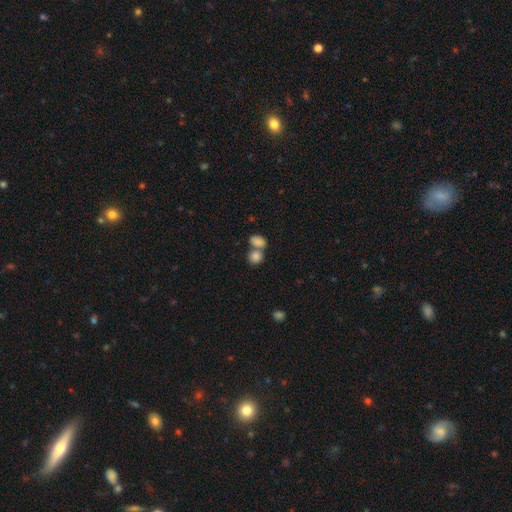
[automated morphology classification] smooth 84%, star or artifact 9%, featured or disk 7%. Down the decision tree: how rounded — round (63%); merging — merger (52%).